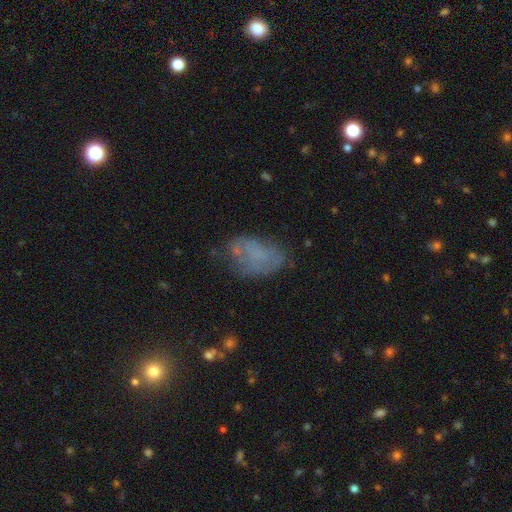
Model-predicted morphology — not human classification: Overall: smooth (51%; featured or disk 35%). How rounded: in between (89%). Merging: none (51%; minor disturbance 27%).